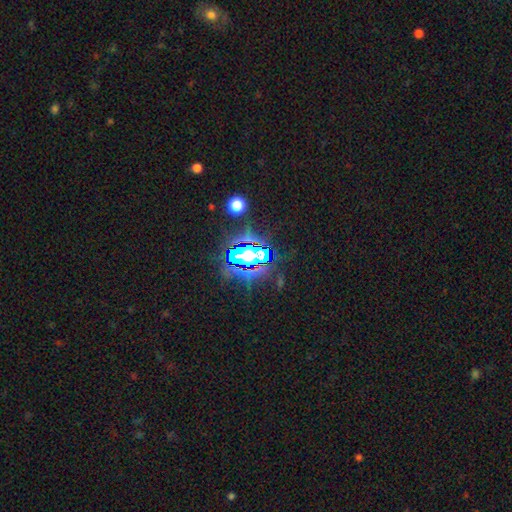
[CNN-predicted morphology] star or artifact 79%, smooth 13%, featured or disk 9%.